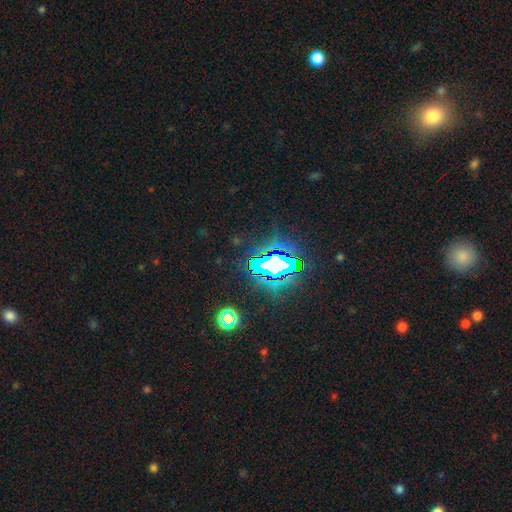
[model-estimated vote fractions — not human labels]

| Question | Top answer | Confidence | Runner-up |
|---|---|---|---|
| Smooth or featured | star or artifact | 82% | smooth (11%) |